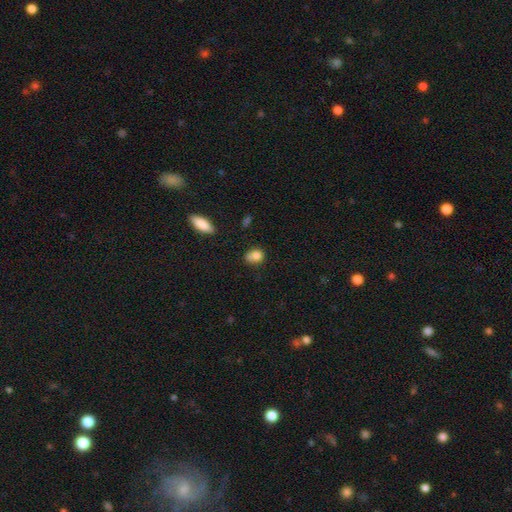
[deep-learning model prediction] This appears to be a smooth galaxy with no disk features (80%) that is round (54%). Merging: none (46%).